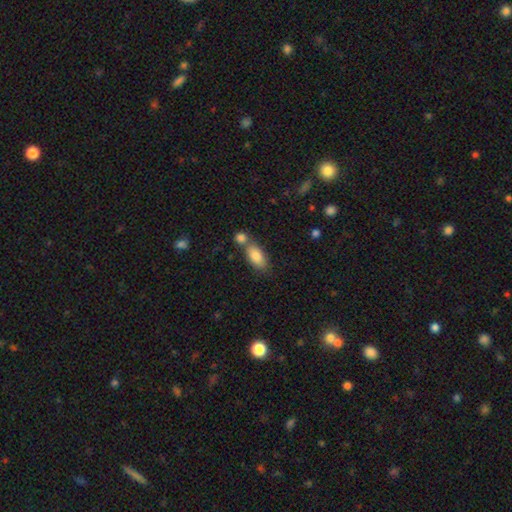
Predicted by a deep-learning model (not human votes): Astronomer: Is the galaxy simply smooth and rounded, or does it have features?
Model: smooth — 83%.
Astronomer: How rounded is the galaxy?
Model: in between — 89%.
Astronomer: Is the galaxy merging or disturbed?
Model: none — 51% (runner-up: merger, 34%).